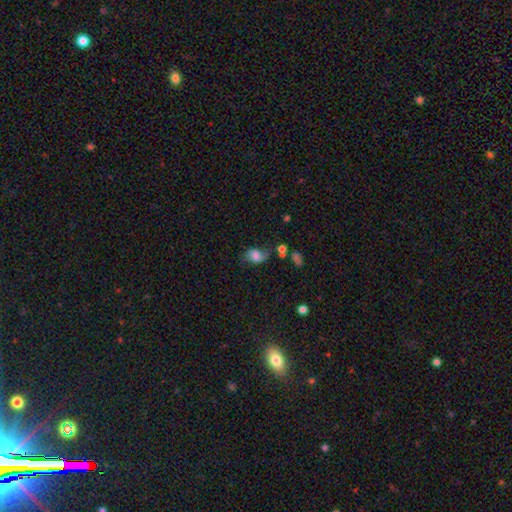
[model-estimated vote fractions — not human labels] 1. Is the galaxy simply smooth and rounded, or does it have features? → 52% smooth, 36% featured or disk, 13% star or artifact.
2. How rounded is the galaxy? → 67% in between, 31% round, 2% cigar-shaped.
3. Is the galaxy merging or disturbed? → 49% none, 25% minor disturbance, 17% major disturbance, 9% merger.